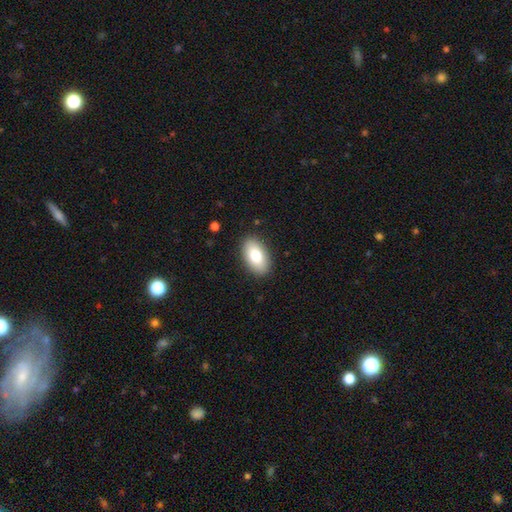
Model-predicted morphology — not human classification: Smooth or featured: smooth — 80% (featured or disk — 13%)
How rounded: in between — 94% (round — 4%)
Merging: none — 88% (minor disturbance — 9%)